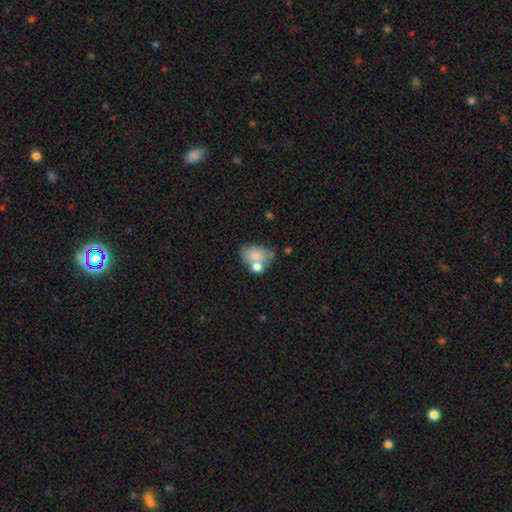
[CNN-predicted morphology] Smooth or featured?
  - smooth: 74% *
  - featured or disk: 17%
  - star or artifact: 9%
How rounded?
  - in between: 75% *
  - round: 24%
  - cigar-shaped: 1%
Merging?
  - merger: 37% *
  - none: 36%
  - minor disturbance: 18%
  - major disturbance: 9%